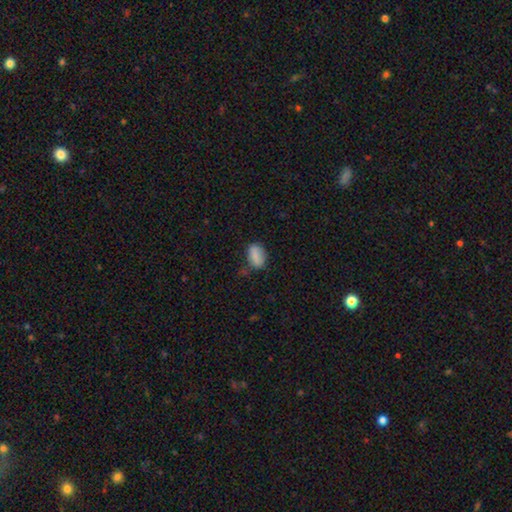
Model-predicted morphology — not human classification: A smooth galaxy with no disk features (80%) that is in between round and cigar-shaped (84%).

Vote fractions:
- Smooth or featured? smooth: 80% / featured or disk: 12% / star or artifact: 9%
- How rounded? in between: 84% / round: 13% / cigar-shaped: 3%
- Merging? none: 67% / minor disturbance: 24% / major disturbance: 6% / merger: 4%